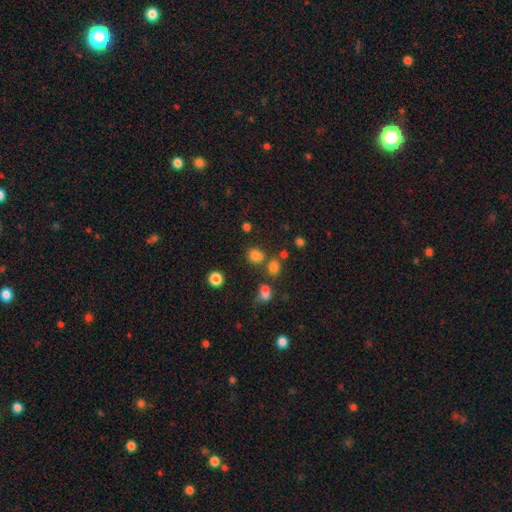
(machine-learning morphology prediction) A smooth galaxy with no disk features (74%) that is round (65%). Merging: none (61%).